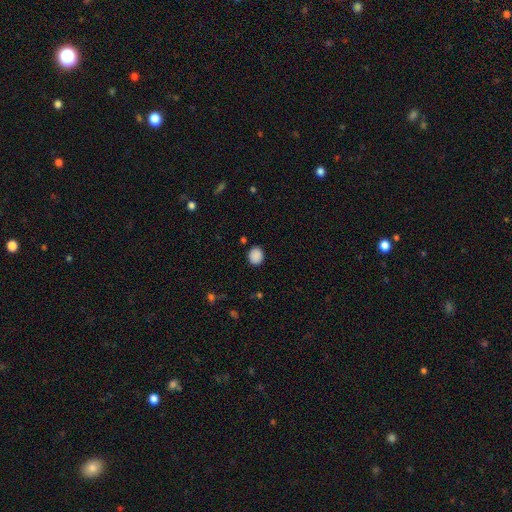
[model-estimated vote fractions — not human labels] Smooth or featured? smooth (88%)
How rounded? round (72%)
Merging? none (88%)